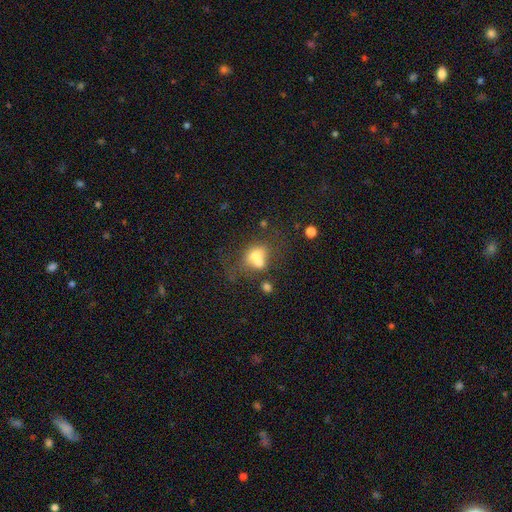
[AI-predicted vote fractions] The model was most divided on "how rounded": round: 52%, in between: 47%, cigar-shaped: 1%. More confident: smooth or featured — smooth (64%); merging — merger (54%).